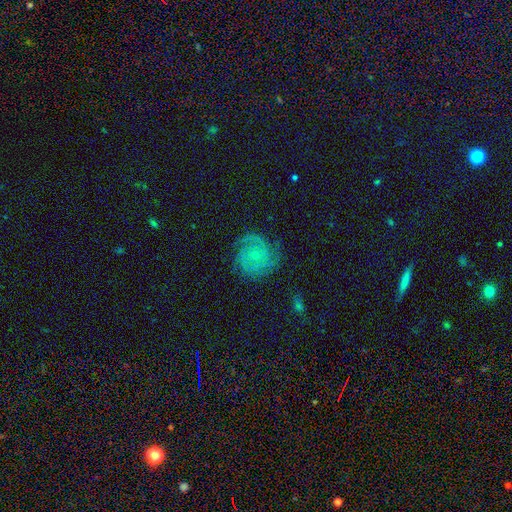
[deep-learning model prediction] The model was most divided on "spiral winding": tight: 58%, medium: 33%, loose: 9%. Remaining: edge-on disk — no (98%); spiral arms — yes (95%); bar — no (78%); bulge size — small (77%); merging — none (75%); smooth or featured — featured or disk (75%); spiral arm count — 2 (47%).